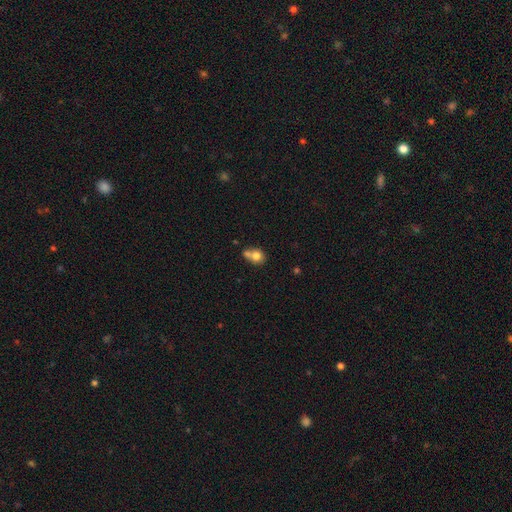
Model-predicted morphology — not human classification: This appears to be a smooth galaxy with no disk features (76%) that is round (67%). Merging: merger (48%).